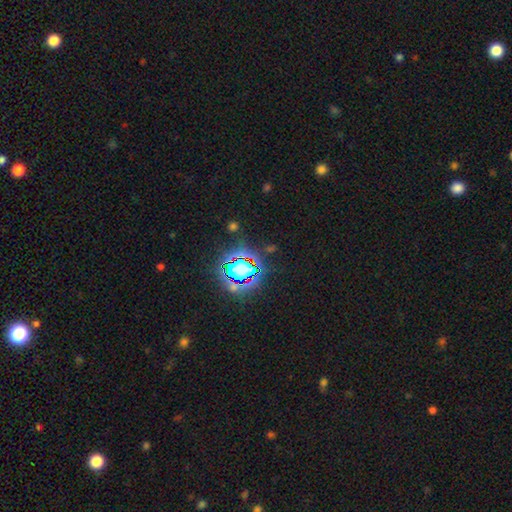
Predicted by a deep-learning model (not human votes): Morphology: type=star or artifact (83%).